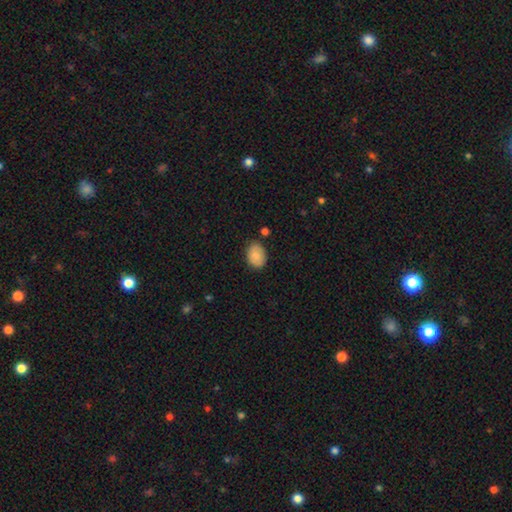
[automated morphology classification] smooth_or_featured: smooth (p=0.80) [alt: featured or disk p=0.13]
how_rounded: in between (p=0.75) [alt: round p=0.24]
merging: none (p=0.77) [alt: minor disturbance p=0.17]